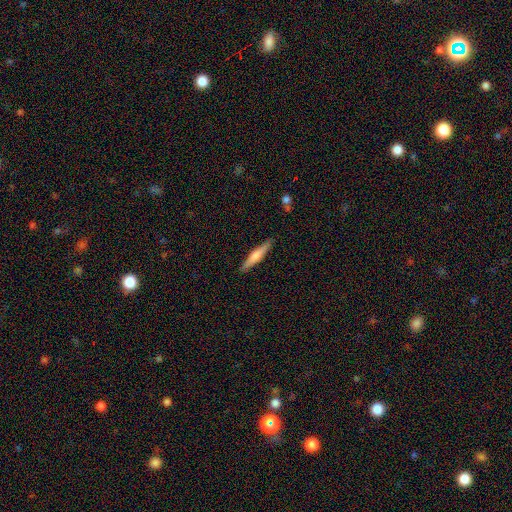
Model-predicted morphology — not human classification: smooth-or-featured: smooth: 48% | featured or disk: 46% | star or artifact: 6%
  merging: none: 89% | minor disturbance: 8% | major disturbance: 2% | merger: 1%